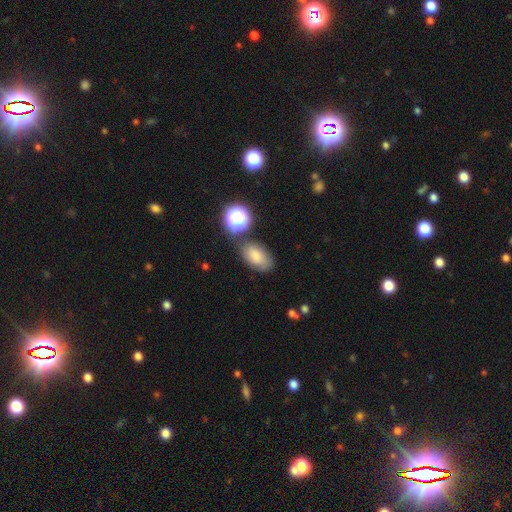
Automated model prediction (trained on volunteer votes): This is likely a smooth galaxy (66%). How rounded: clearly in between (87%). Merging: likely none (72%).